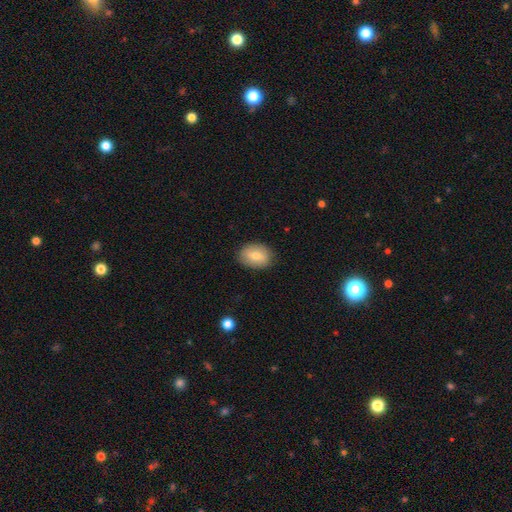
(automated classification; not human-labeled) A smooth galaxy with no disk features (71%) that is in between round and cigar-shaped (65%).

Vote fractions:
- Smooth or featured? smooth: 71% / featured or disk: 21% / star or artifact: 8%
- How rounded? in between: 65% / round: 33% / cigar-shaped: 1%
- Merging? none: 86% / minor disturbance: 10% / major disturbance: 2% / merger: 1%